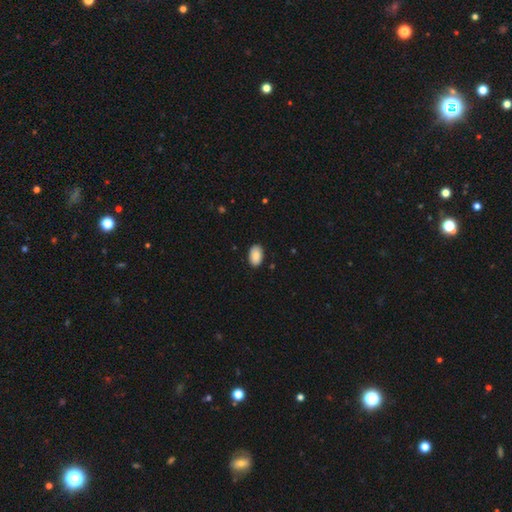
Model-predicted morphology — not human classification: Overall: smooth (89%). How rounded: in between (93%). Merging: none (88%).